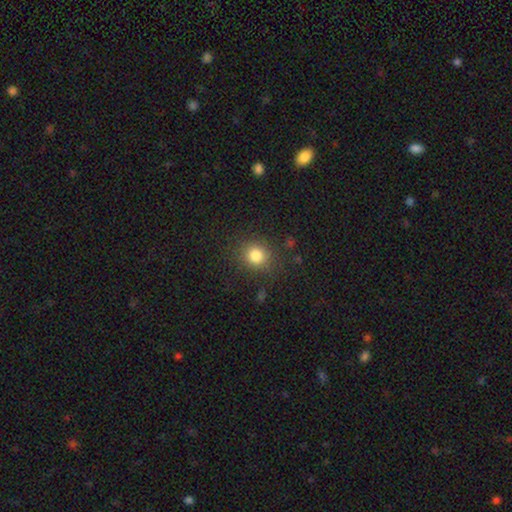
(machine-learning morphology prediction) type=smooth (82%); roundness=round (83%); merging=none (84%).